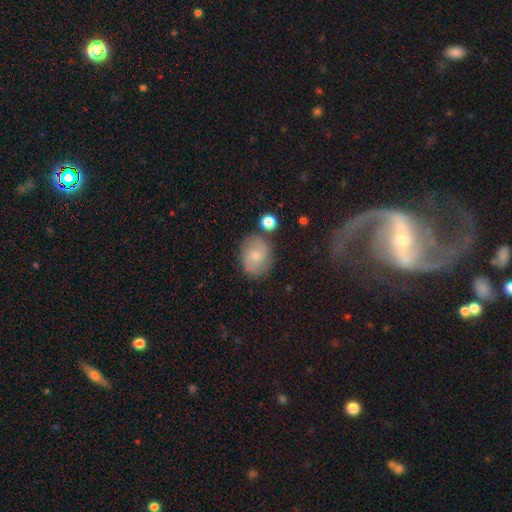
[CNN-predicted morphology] The model was most divided on "how rounded": round: 50%, in between: 48%, cigar-shaped: 1%. More confident: merging — none (75%); smooth or featured — smooth (52%).